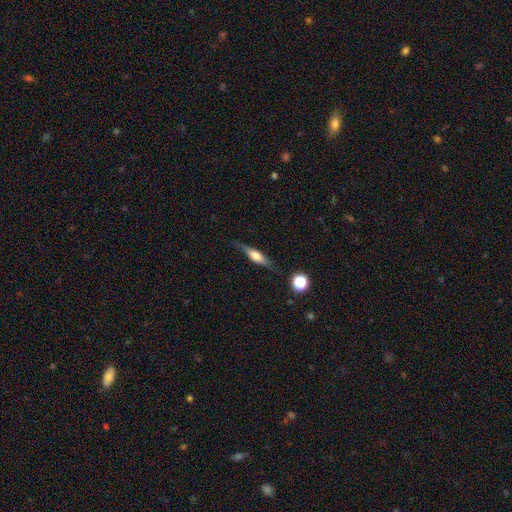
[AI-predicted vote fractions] Morphology: type=featured or disk (56%); edge-on=yes (94%); edge-on bulge=rounded (82%); merging=none (79%).